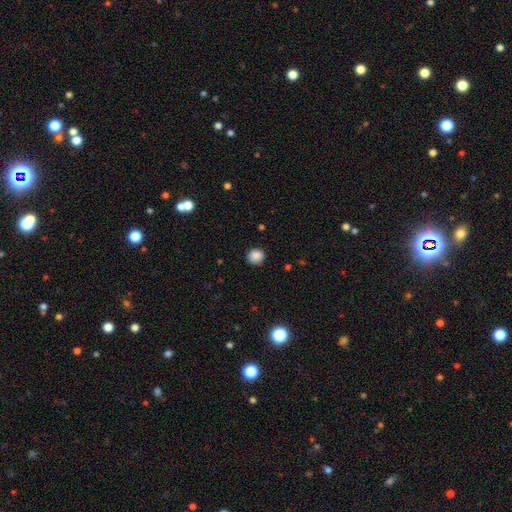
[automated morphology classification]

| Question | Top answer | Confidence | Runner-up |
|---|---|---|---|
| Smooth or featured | smooth | 87% | star or artifact (10%) |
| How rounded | round | 89% | in between (10%) |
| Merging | none | 87% | minor disturbance (10%) |